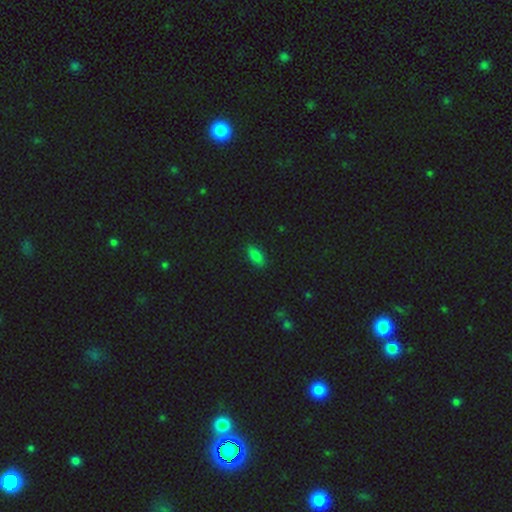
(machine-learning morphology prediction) smooth-or-featured: smooth: 80% | star or artifact: 14% | featured or disk: 6%
  how-rounded: in between: 87% | cigar-shaped: 10% | round: 4%
  merging: none: 83% | minor disturbance: 13% | major disturbance: 3% | merger: 1%